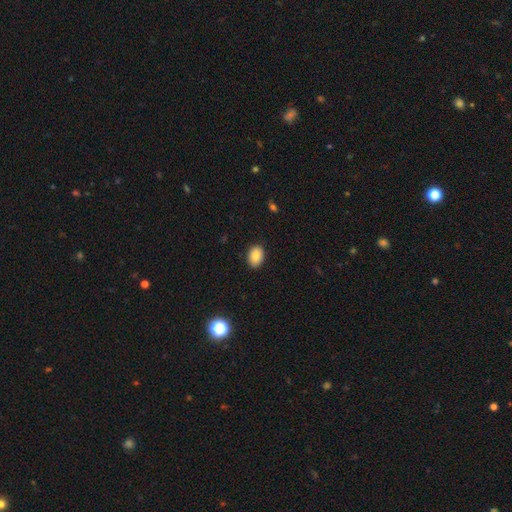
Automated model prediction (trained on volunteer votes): Overall: smooth (85%). How rounded: in between (81%). Merging: none (88%).